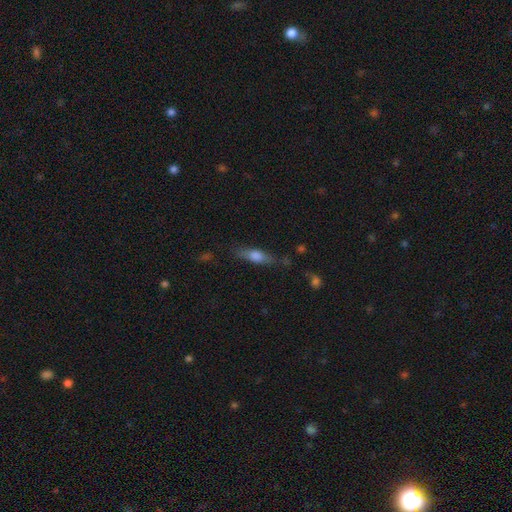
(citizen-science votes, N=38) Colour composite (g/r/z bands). It shows a smooth galaxy with no disk features (61%) that is cigar-shaped (52%). Merging: none (78%).